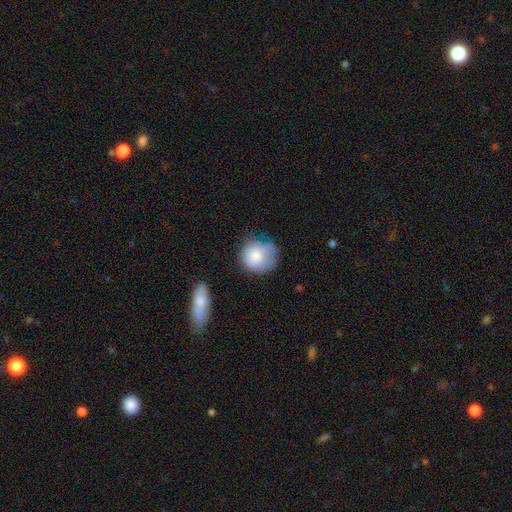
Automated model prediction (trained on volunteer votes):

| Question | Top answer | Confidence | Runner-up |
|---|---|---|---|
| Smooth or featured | smooth | 77% | featured or disk (15%) |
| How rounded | round | 83% | in between (16%) |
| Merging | none | 51% | minor disturbance (32%) |